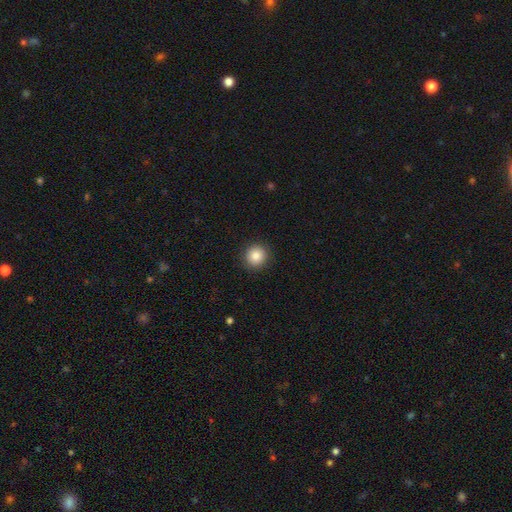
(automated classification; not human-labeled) This is clearly a smooth galaxy (85%). How rounded: clearly round (91%). Merging: clearly none (91%).